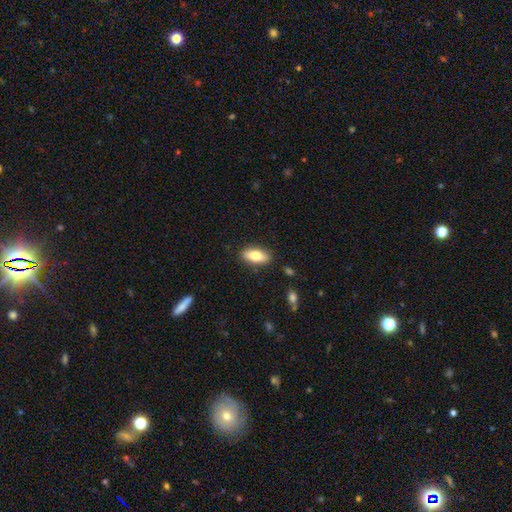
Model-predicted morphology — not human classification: A smooth galaxy with no disk features (76%) that is in between round and cigar-shaped (81%). Merging: none (88%).